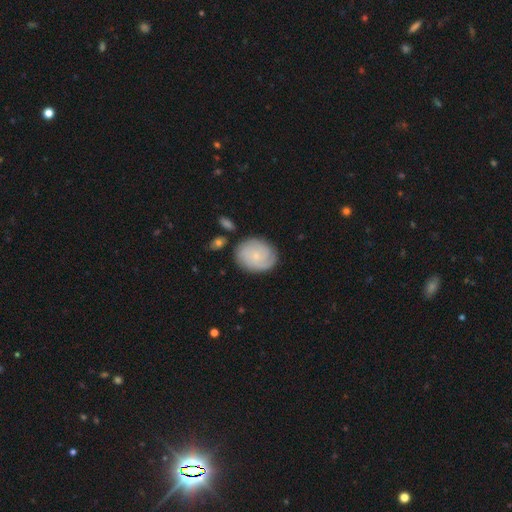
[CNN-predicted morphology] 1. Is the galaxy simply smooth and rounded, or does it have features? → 59% featured or disk, 34% smooth, 7% star or artifact.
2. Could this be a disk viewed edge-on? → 97% no, 3% yes.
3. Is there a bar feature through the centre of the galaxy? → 80% no, 18% weak, 2% strong.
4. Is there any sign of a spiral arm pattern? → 91% yes, 9% no.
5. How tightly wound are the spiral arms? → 66% tight, 26% medium, 8% loose.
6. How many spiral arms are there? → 36% can't tell, 23% 3, 16% 2, 14% 4, 6% 1, 6% more than 4.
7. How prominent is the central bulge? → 81% small, 13% moderate, 4% none, 1% large, 1% dominant.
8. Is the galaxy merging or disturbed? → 79% none, 14% minor disturbance, 4% major disturbance, 3% merger.